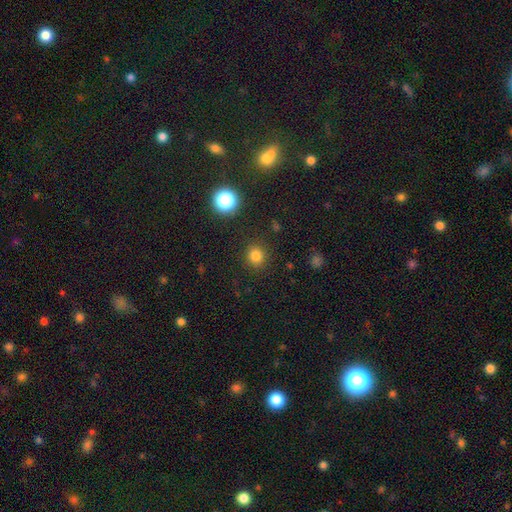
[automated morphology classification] A smooth galaxy with no disk features (80%) that is round (91%).

Vote fractions:
- Smooth or featured? smooth: 80% / star or artifact: 15% / featured or disk: 4%
- How rounded? round: 91% / in between: 8% / cigar-shaped: 1%
- Merging? none: 89% / minor disturbance: 7% / major disturbance: 3% / merger: 2%